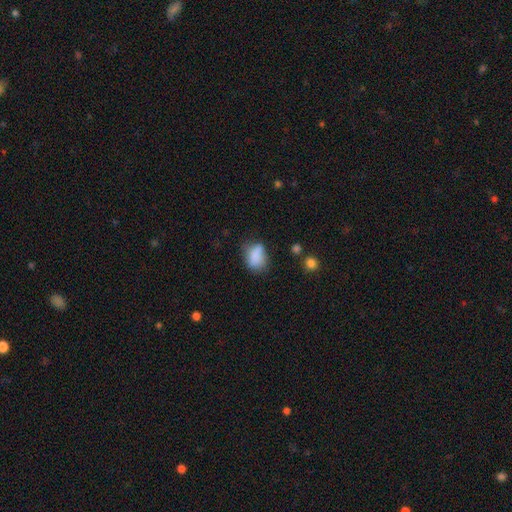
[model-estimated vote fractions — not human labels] Q: Smooth or featured?
A: smooth (81%); runner-up: star or artifact (10%)
Q: How rounded?
A: in between (72%); runner-up: round (26%)
Q: Merging?
A: none (49%); runner-up: minor disturbance (32%)